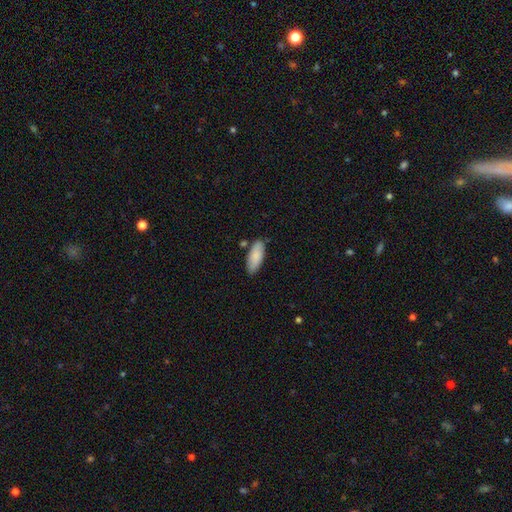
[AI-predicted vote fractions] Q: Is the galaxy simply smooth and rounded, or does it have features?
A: smooth — 85%.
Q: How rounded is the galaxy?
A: in between — 76%.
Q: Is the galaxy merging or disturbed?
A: none — 78%.